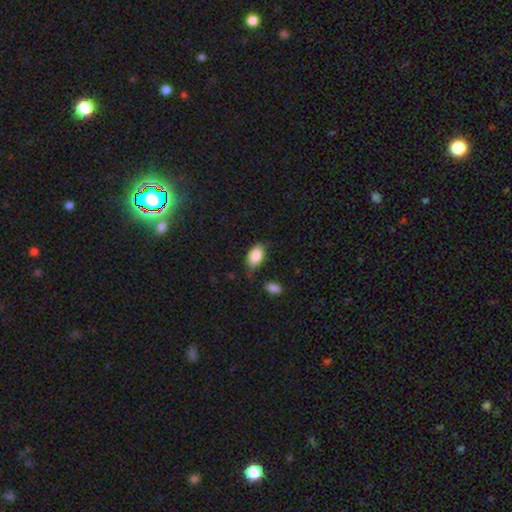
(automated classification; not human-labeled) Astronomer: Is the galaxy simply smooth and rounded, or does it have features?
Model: smooth — 86%.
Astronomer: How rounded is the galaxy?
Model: in between — 93%.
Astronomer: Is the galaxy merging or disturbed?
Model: none — 69%.